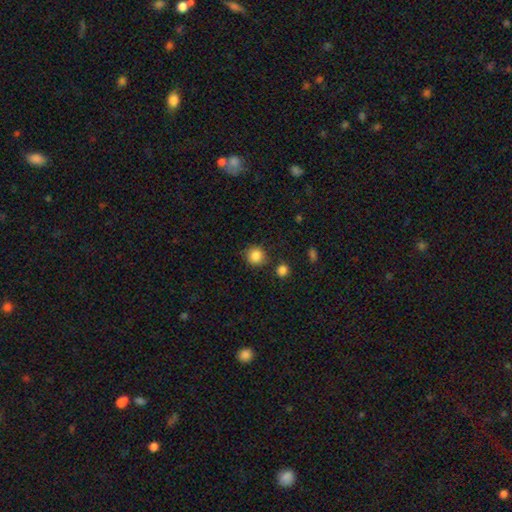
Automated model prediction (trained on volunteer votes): Morphology: type=smooth (85%); roundness=round (91%); merging=none (83%).